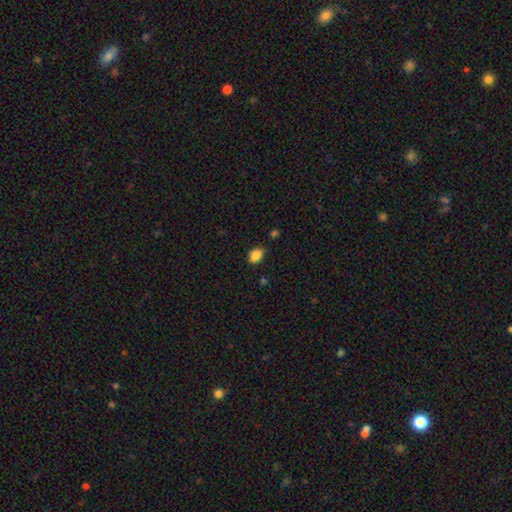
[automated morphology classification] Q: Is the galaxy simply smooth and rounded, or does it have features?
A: smooth — 86%.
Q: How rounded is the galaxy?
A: in between — 82%.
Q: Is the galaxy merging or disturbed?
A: none — 73%.